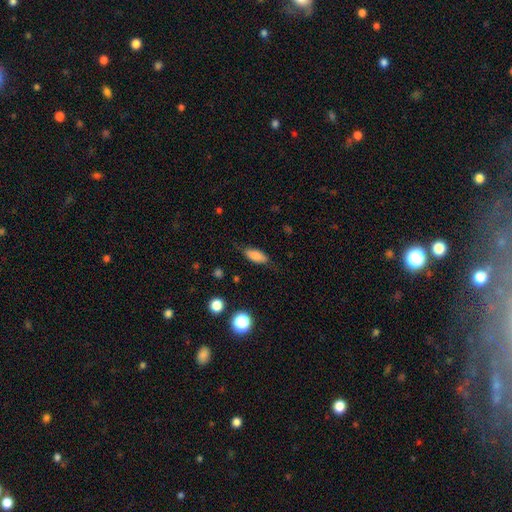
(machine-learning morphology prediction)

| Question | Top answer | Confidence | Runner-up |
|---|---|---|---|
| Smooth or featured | smooth | 79% | featured or disk (12%) |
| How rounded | in between | 78% | cigar-shaped (19%) |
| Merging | none | 77% | minor disturbance (18%) |